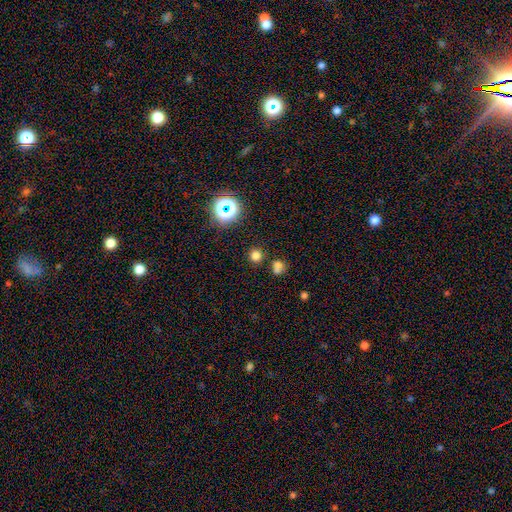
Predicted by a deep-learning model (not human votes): smooth_or_featured: smooth (p=0.71) [alt: star or artifact p=0.23]
how_rounded: round (p=0.92) [alt: in between p=0.07]
merging: none (p=0.78) [alt: merger p=0.12]